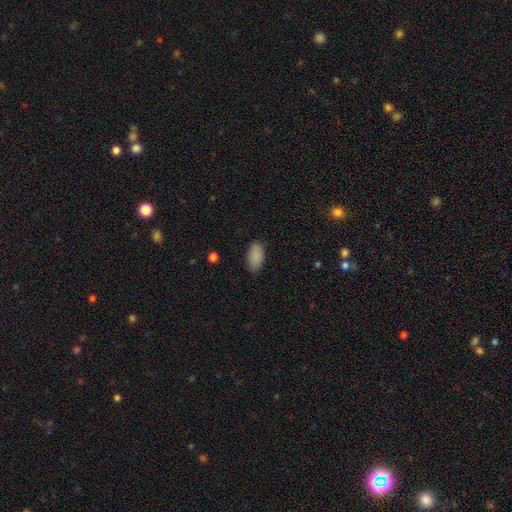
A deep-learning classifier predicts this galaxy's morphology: Q: Smooth or featured?
A: smooth (89%); runner-up: star or artifact (7%)
Q: How rounded?
A: in between (94%); runner-up: round (3%)
Q: Merging?
A: none (84%); runner-up: minor disturbance (12%)